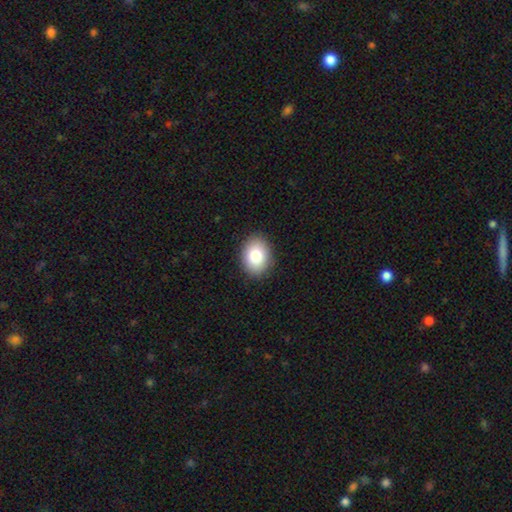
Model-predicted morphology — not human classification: Smooth or featured? smooth (81%)
How rounded? in between (68%)
Merging? none (89%)